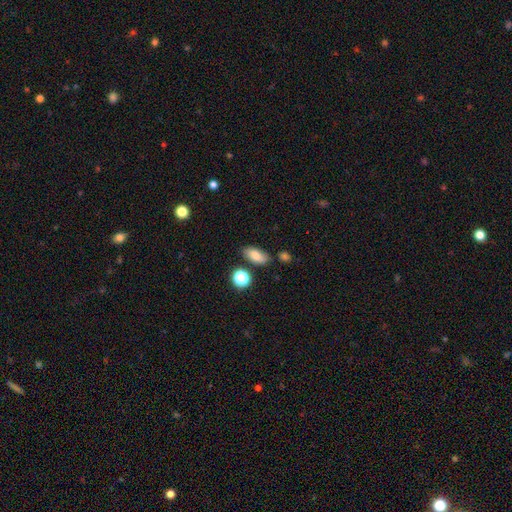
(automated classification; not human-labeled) A smooth galaxy with no disk features (78%) that is in between round and cigar-shaped (84%). Merging: none (78%).